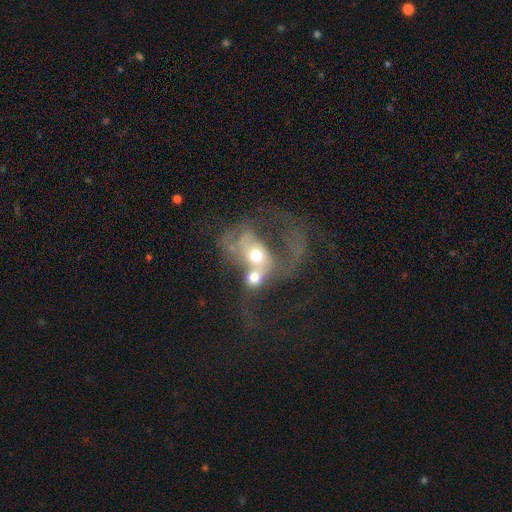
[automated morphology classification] The model was most divided on "spiral arms": no: 54%, yes: 46%. More confident: edge-on disk — no (95%); bar — no (80%); merging — merger (70%); bulge size — moderate (58%); smooth or featured — featured or disk (54%).